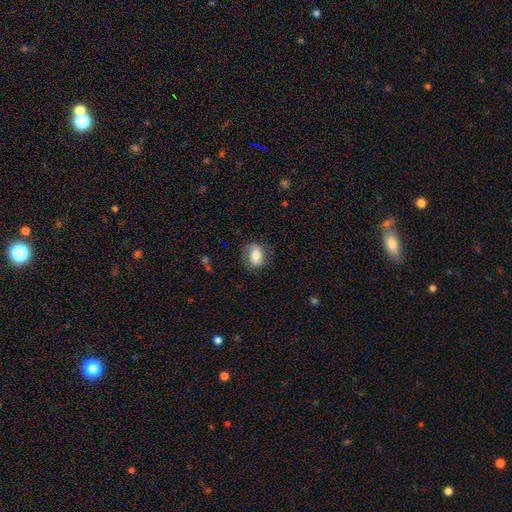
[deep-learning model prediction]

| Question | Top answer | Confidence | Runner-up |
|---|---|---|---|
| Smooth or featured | smooth | 71% | featured or disk (21%) |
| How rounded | in between | 73% | round (25%) |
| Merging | none | 69% | minor disturbance (21%) |